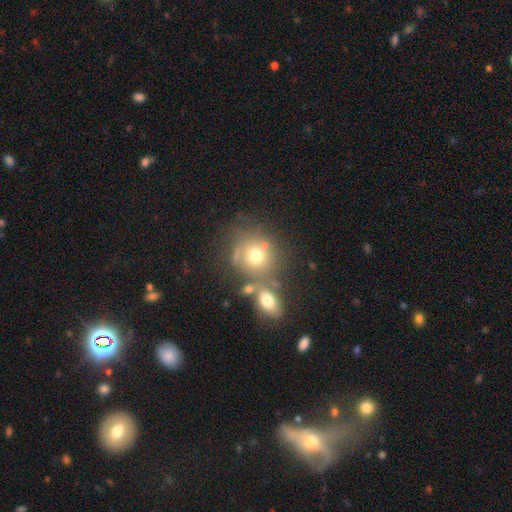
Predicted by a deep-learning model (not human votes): Morphology: type=smooth (66%); roundness=round (79%); merging=none (47%).